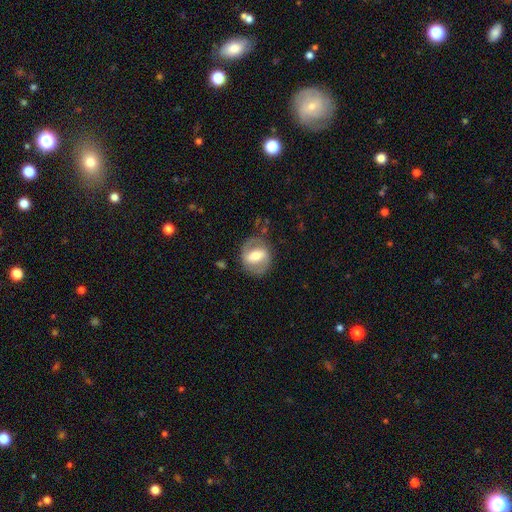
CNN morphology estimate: A featured or disk galaxy (70%) with a strong bar (51%), 2 (85%) medium (48%) spiral arms (77%) and a moderate central bulge (61%).

Vote fractions:
- Smooth or featured? featured or disk: 70% / smooth: 24% / star or artifact: 6%
- Edge-on disk? no: 96% / yes: 4%
- Bar? strong: 51% / weak: 35% / no: 14%
- Spiral arms? yes: 77% / no: 23%
- Spiral winding? medium: 48% / tight: 33% / loose: 19%
- Spiral arm count? 2: 85% / can't tell: 8% / 1: 4% / 3: 1% / 4: 1% / more than 4: 1%
- Bulge size? moderate: 61% / small: 20% / large: 16% / dominant: 2% / none: 2%
- Merging? none: 77% / minor disturbance: 14% / major disturbance: 7% / merger: 2%